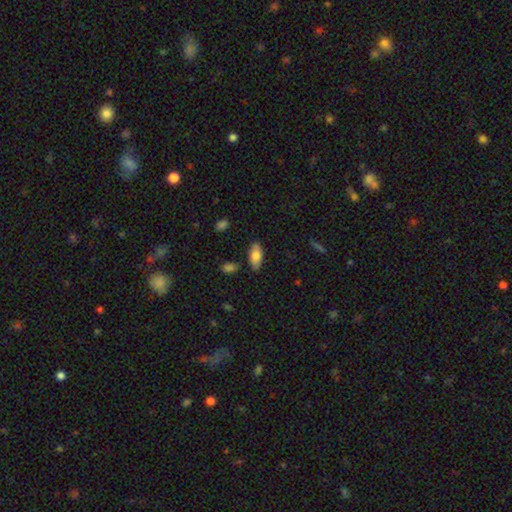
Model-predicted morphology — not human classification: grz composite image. It shows a smooth galaxy with no disk features (77%) that is in between round and cigar-shaped (88%). Merging: none (81%).